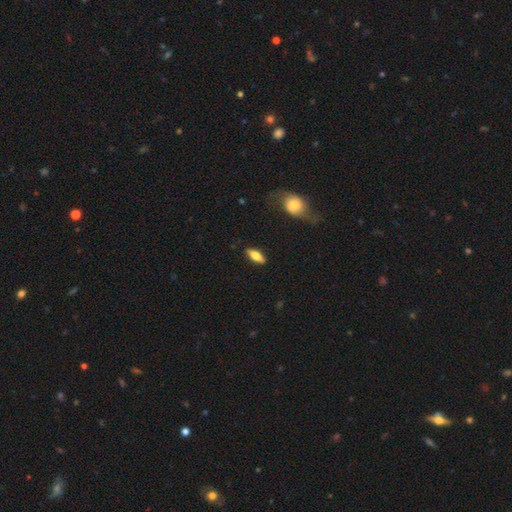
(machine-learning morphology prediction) The model was most divided on "smooth or featured": smooth: 71%, featured or disk: 23%, star or artifact: 7%. More confident: merging — none (86%); how rounded — in between (76%).